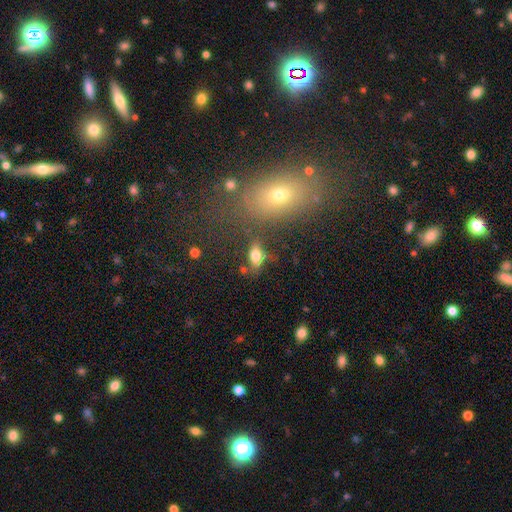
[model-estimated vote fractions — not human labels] Overall: smooth (74%). How rounded: in between (83%). Merging: none (64%).